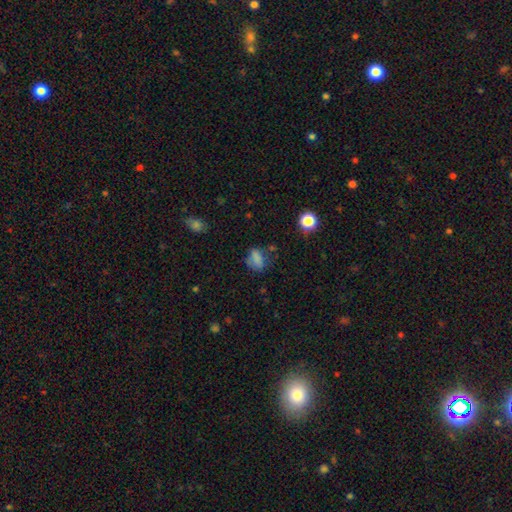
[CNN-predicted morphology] Smooth or featured: smooth — 76% (star or artifact — 14%)
How rounded: in between — 75% (round — 20%)
Merging: none — 54% (minor disturbance — 27%)